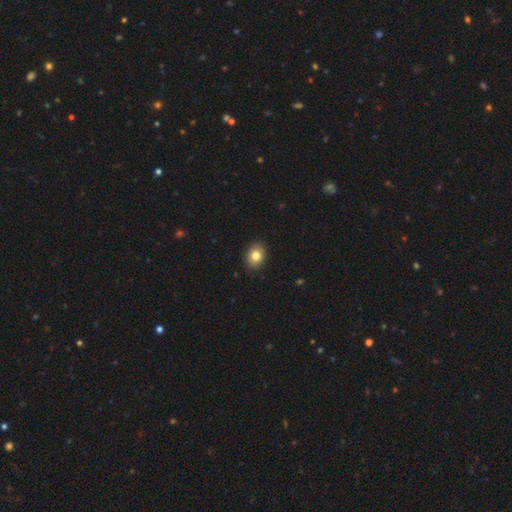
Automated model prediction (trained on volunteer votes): smooth-or-featured: smooth: 82% | star or artifact: 9% | featured or disk: 9%
  how-rounded: in between: 55% | round: 44% | cigar-shaped: 1%
  merging: none: 90% | minor disturbance: 7% | major disturbance: 2% | merger: 1%